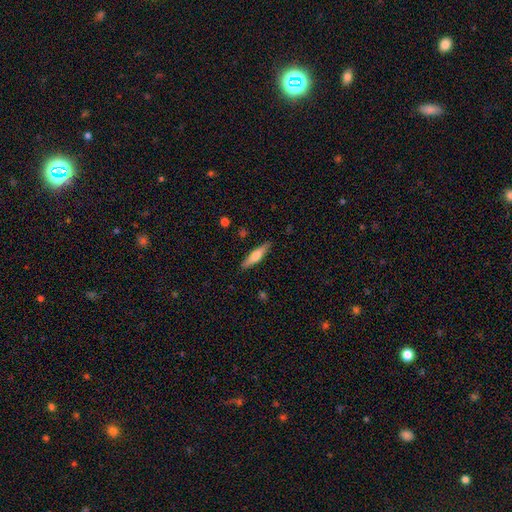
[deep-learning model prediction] smooth 54%, featured or disk 40%, star or artifact 6%. Down the decision tree: how rounded — cigar-shaped (77%); merging — none (88%).